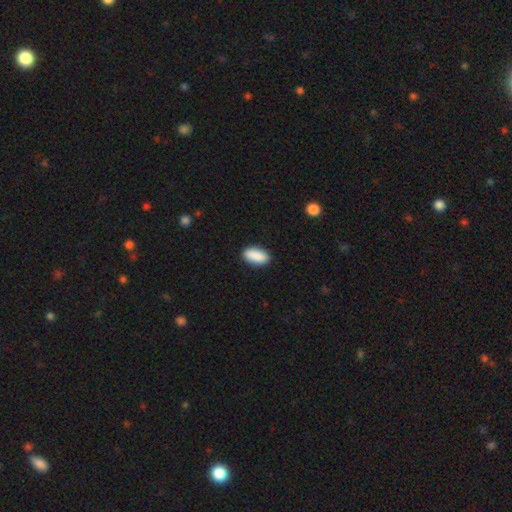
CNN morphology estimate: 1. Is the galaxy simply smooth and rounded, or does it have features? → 90% smooth, 6% star or artifact, 4% featured or disk.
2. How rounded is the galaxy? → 91% in between, 6% cigar-shaped, 3% round.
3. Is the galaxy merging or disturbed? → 89% none, 8% minor disturbance, 2% major disturbance, 1% merger.